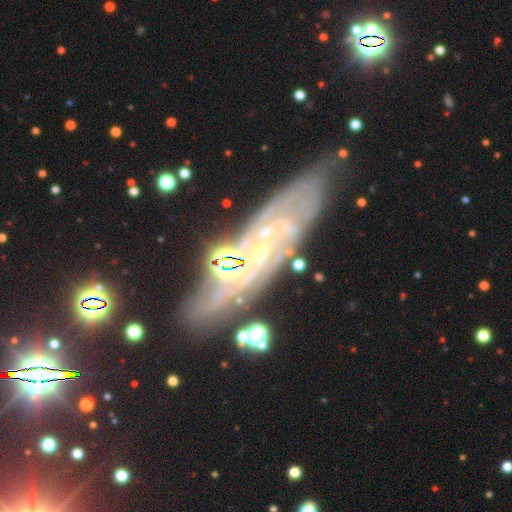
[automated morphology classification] A featured or disk galaxy (84%) with no bar (58%), tight (63%) spiral arms (96%) and a small central bulge (83%). Merging: none (74%).